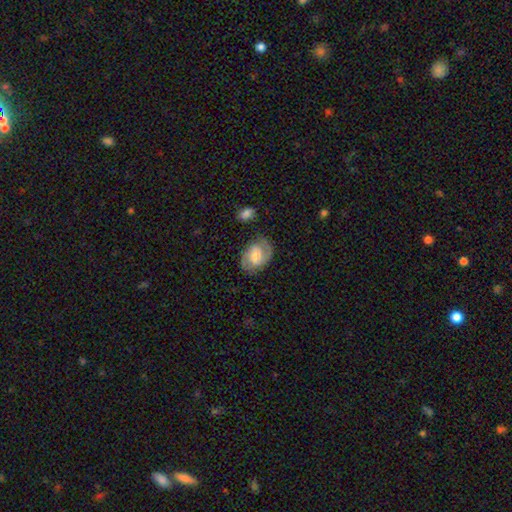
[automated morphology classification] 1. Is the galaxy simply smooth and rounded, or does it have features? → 68% featured or disk, 25% smooth, 7% star or artifact.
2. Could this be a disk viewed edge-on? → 97% no, 3% yes.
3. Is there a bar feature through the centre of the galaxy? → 49% no, 41% weak, 9% strong.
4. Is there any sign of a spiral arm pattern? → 90% yes, 10% no.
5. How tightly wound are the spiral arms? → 47% medium, 38% tight, 15% loose.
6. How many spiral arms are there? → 85% 2, 8% can't tell, 3% 1, 2% 3, 1% 4, 1% more than 4.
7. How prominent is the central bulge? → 51% moderate, 32% small, 11% large, 4% none, 2% dominant.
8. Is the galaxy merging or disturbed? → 73% none, 17% minor disturbance, 6% major disturbance, 3% merger.